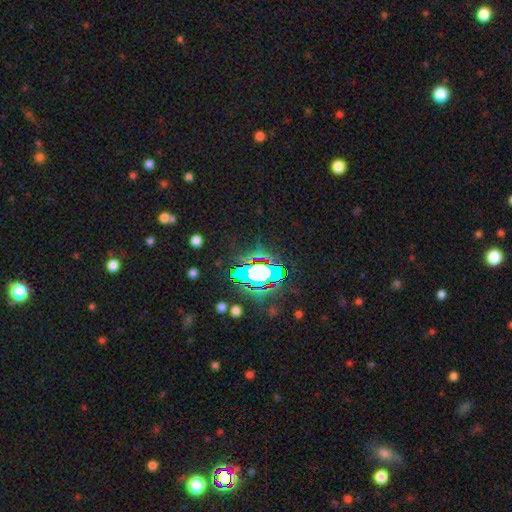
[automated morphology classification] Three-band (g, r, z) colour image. It shows a star or artifact, not a galaxy (81%).